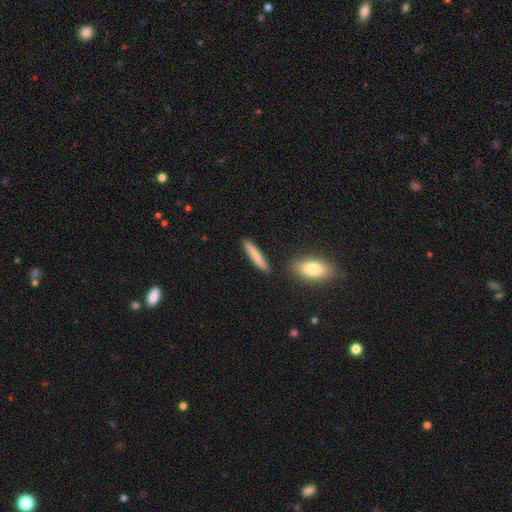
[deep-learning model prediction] A smooth galaxy with no disk features (77%) that is cigar-shaped (91%). Merging: none (86%).